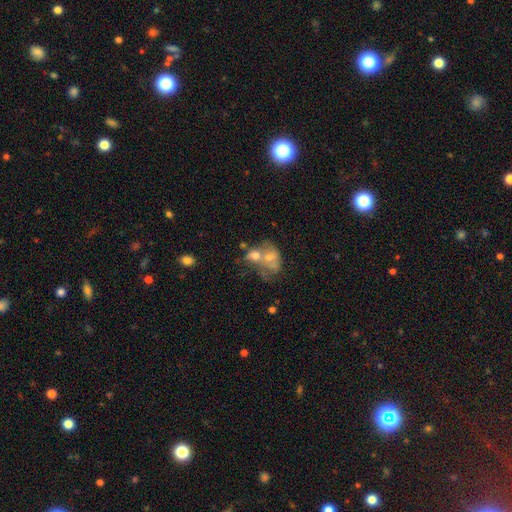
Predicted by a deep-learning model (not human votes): smooth 52%, featured or disk 38%, star or artifact 10%. Down the decision tree: how rounded — in between (60%); merging — merger (69%).